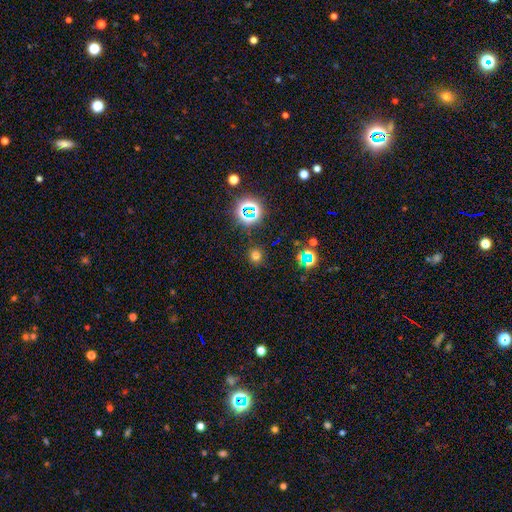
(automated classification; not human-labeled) Smooth or featured?
  - smooth: 66% *
  - star or artifact: 28%
  - featured or disk: 6%
How rounded?
  - round: 90% *
  - in between: 9%
  - cigar-shaped: 1%
Merging?
  - none: 88% *
  - minor disturbance: 7%
  - major disturbance: 3%
  - merger: 2%